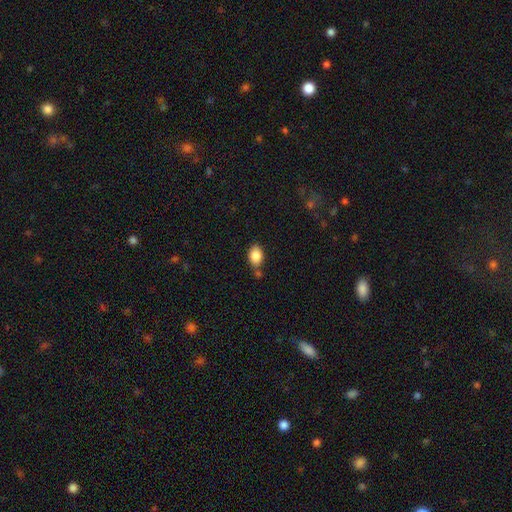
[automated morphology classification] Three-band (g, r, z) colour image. It shows a smooth galaxy with no disk features (85%) that is in between round and cigar-shaped (83%). Merging: none (69%).